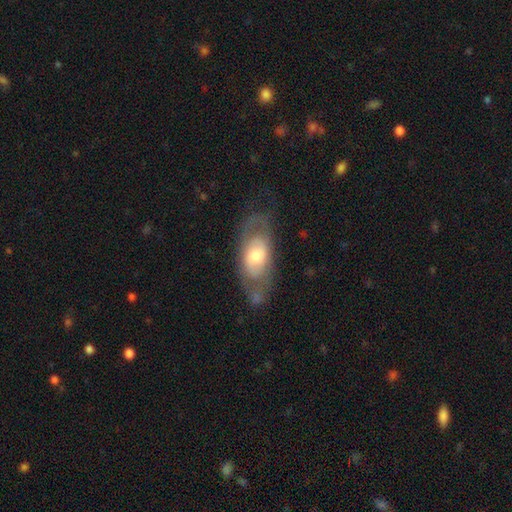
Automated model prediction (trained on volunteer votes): Smooth or featured?
  - featured or disk: 55% *
  - smooth: 39%
  - star or artifact: 6%
Edge-on disk?
  - no: 85% *
  - yes: 15%
Merging?
  - none: 62% *
  - minor disturbance: 22%
  - major disturbance: 13%
  - merger: 3%